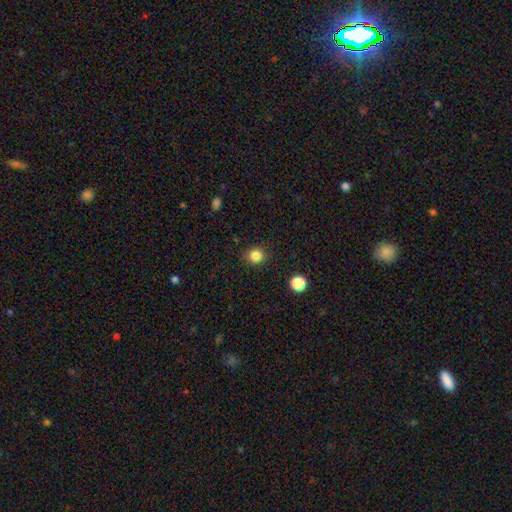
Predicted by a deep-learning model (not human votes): Smooth or featured? Predicted: smooth (p=0.84). How rounded? Predicted: round (p=0.87). Merging? Predicted: none (p=0.89).